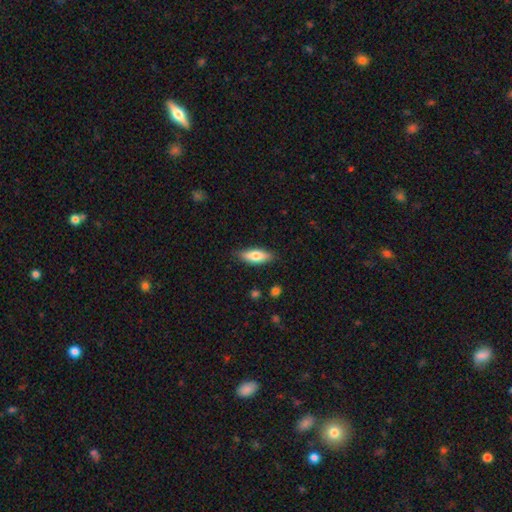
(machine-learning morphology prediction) Overall: smooth (73%). How rounded: in between (67%; cigar-shaped 31%). Merging: none (85%).